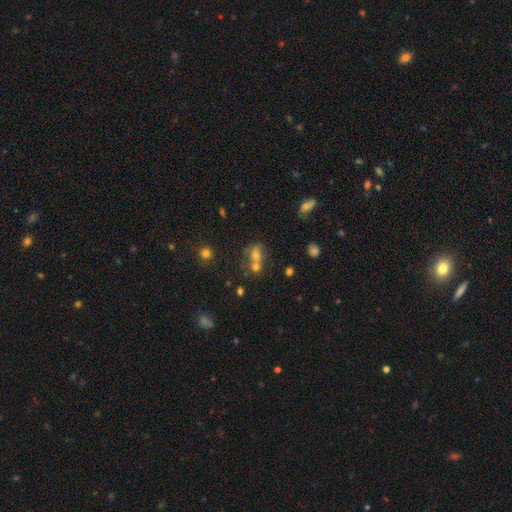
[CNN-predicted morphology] smooth-or-featured: smooth: 51% | star or artifact: 27% | featured or disk: 21%
  how-rounded: round: 51% | in between: 45% | cigar-shaped: 4%
  merging: merger: 45% | none: 37% | minor disturbance: 11% | major disturbance: 7%